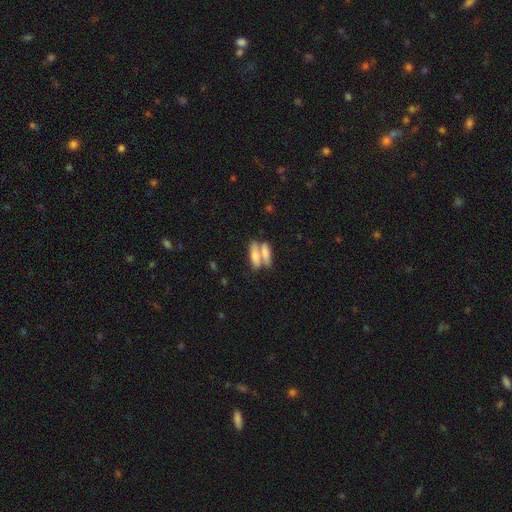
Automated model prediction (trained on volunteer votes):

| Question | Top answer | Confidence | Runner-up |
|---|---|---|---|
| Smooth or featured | smooth | 66% | featured or disk (26%) |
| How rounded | in between | 57% | cigar-shaped (39%) |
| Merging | merger | 58% | none (31%) |